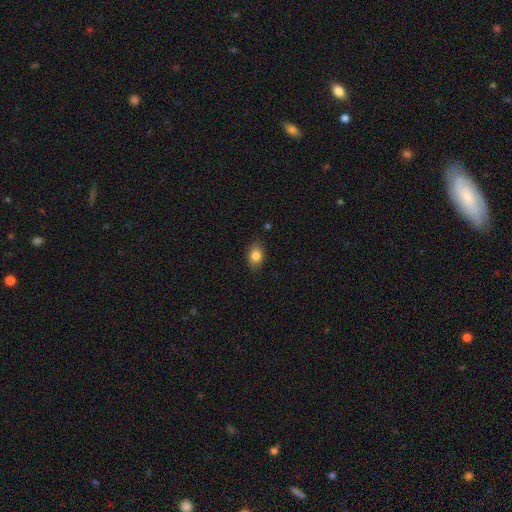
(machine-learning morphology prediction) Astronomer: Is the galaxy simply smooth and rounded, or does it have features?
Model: smooth — 84%.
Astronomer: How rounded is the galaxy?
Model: in between — 74%.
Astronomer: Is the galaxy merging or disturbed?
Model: none — 83%.